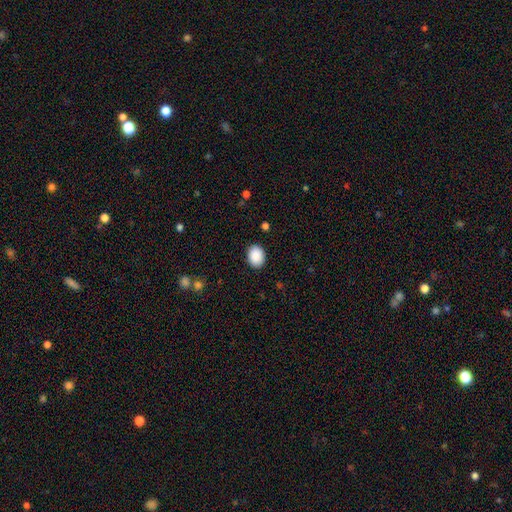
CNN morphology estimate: Smooth or featured? smooth (90%)
How rounded? in between (61%)
Merging? none (89%)